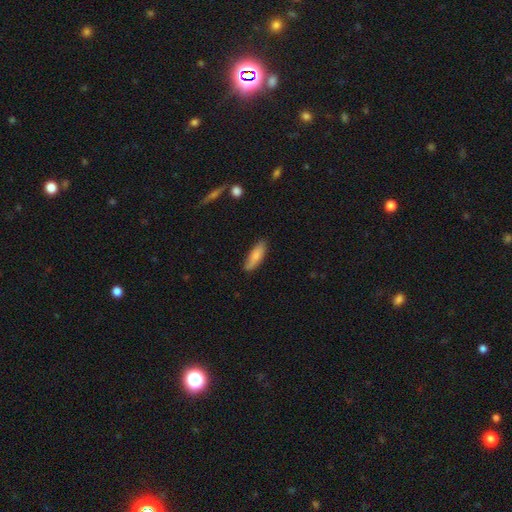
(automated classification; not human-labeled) Smooth or featured? smooth (79%)
How rounded? in between (52%)
Merging? none (80%)